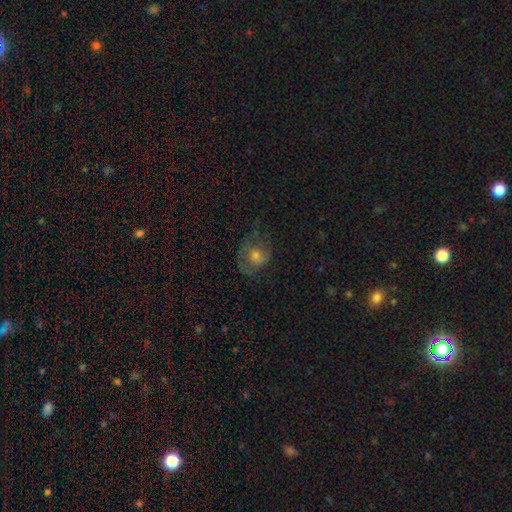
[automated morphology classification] Overall: featured or disk (48%; smooth 41%). Merging: none (47%; major disturbance 28%).